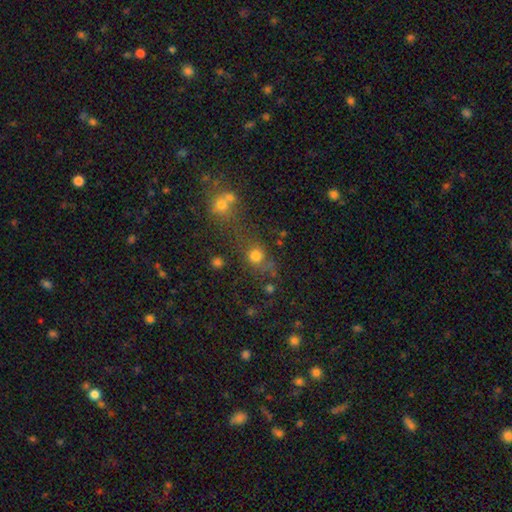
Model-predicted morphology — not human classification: Smooth or featured? Predicted: smooth (p=0.72). How rounded? Predicted: round (p=0.83). Merging? Predicted: none (p=0.54).